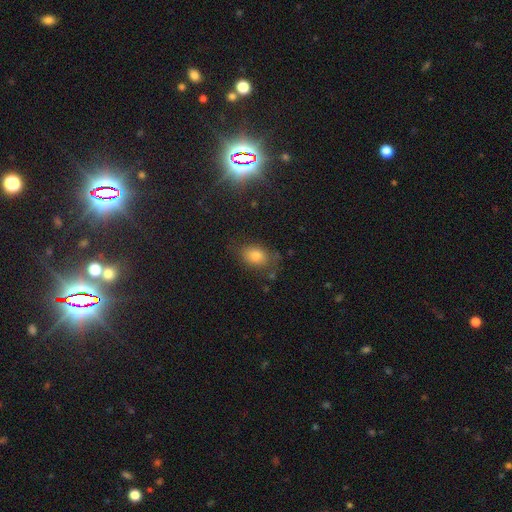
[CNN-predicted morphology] Q: Smooth or featured?
A: smooth (71%); runner-up: star or artifact (19%)
Q: How rounded?
A: in between (75%); runner-up: round (23%)
Q: Merging?
A: none (72%); runner-up: minor disturbance (19%)